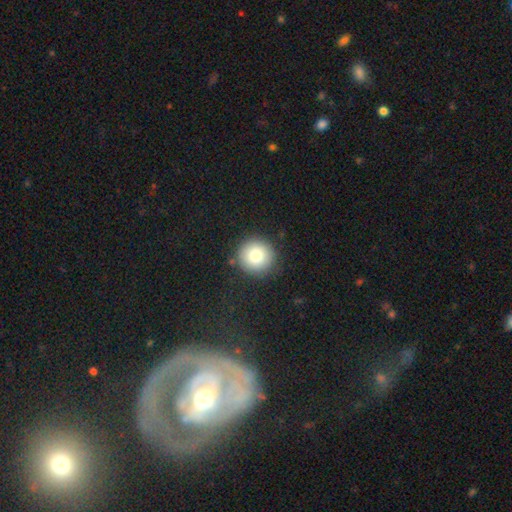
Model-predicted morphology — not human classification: smooth-or-featured: smooth: 80% | star or artifact: 10% | featured or disk: 10%
  how-rounded: round: 95% | in between: 4% | cigar-shaped: 1%
  merging: none: 88% | minor disturbance: 8% | major disturbance: 2% | merger: 2%